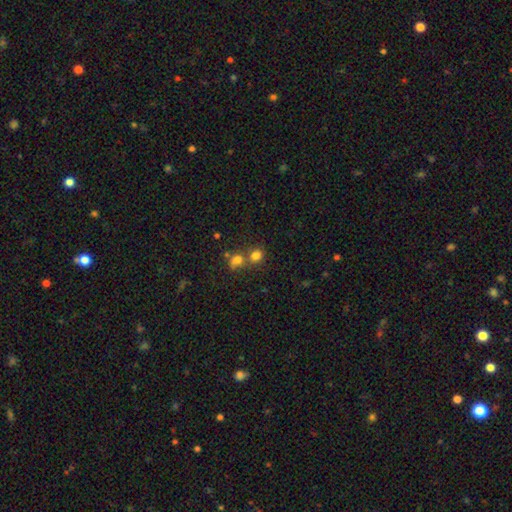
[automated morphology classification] Overall: smooth (75%). How rounded: round (79%). Merging: none (48%; merger 42%).